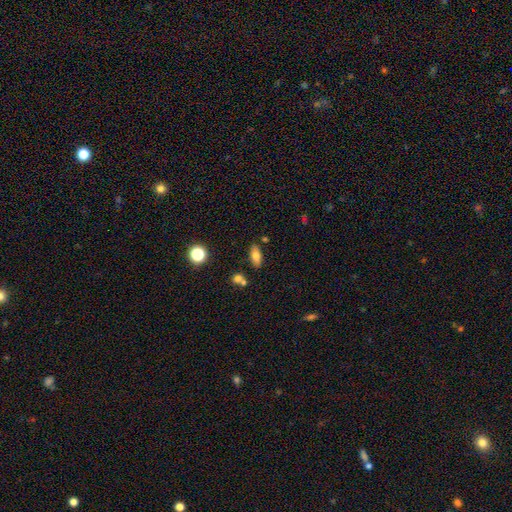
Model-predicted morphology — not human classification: smooth 74%, featured or disk 16%, star or artifact 10%. Down the decision tree: how rounded — in between (84%); merging — none (79%).